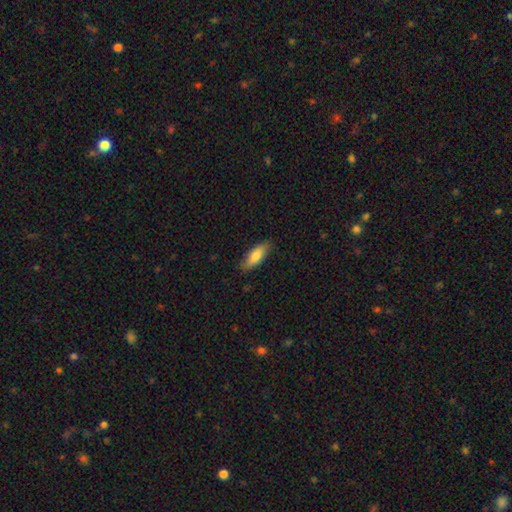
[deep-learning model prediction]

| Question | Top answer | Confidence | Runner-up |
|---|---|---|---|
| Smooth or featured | smooth | 79% | featured or disk (15%) |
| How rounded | in between | 65% | cigar-shaped (33%) |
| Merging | none | 83% | minor disturbance (13%) |